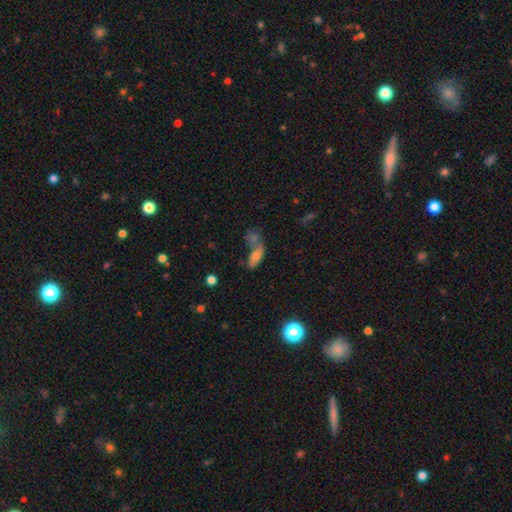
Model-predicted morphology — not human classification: Smooth or featured: smooth — 67% (featured or disk — 20%)
How rounded: in between — 76% (cigar-shaped — 17%)
Merging: merger — 48% (none — 24%)